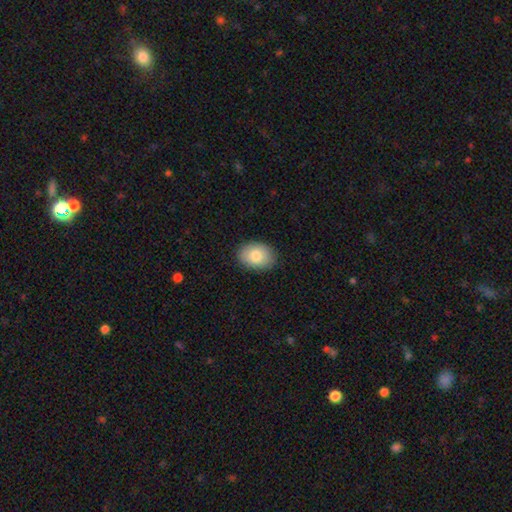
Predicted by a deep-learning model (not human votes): A smooth galaxy with no disk features (83%) that is in between round and cigar-shaped (76%). Merging: none (88%).